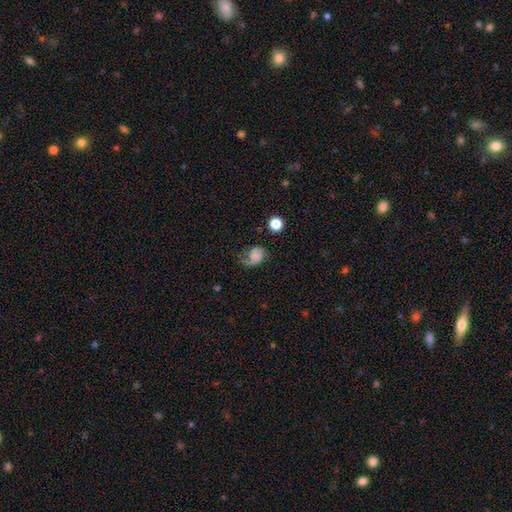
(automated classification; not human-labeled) A featured or disk galaxy (46%). Merging: none (45%).